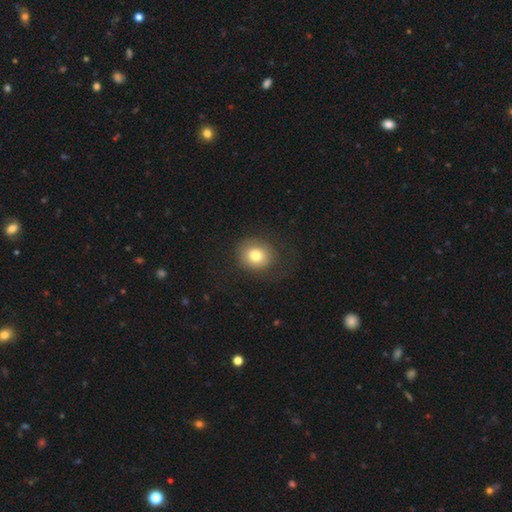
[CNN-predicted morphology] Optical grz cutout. It shows a smooth galaxy with no disk features (77%) that is round (75%). Merging: none (74%).